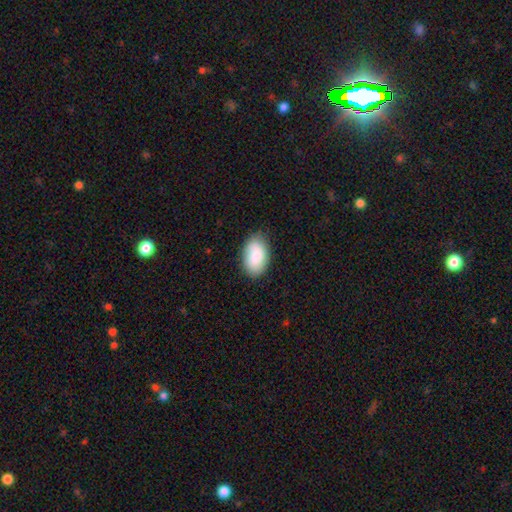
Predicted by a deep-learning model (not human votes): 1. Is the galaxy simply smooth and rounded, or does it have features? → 84% smooth, 10% featured or disk, 6% star or artifact.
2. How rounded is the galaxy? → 92% in between, 6% round, 1% cigar-shaped.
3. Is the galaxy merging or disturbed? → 82% none, 14% minor disturbance, 3% major disturbance, 1% merger.